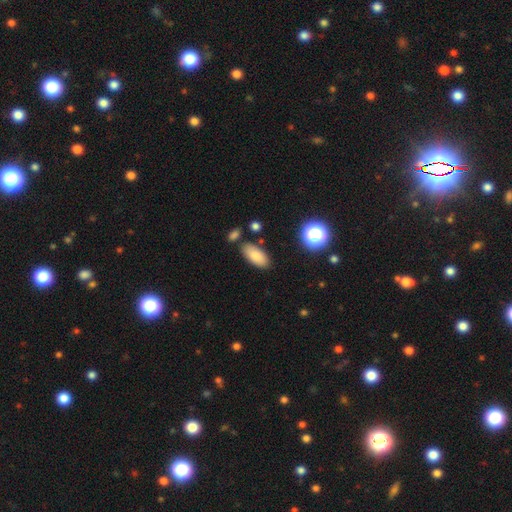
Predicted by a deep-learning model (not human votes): Q: Smooth or featured?
A: smooth (82%); runner-up: featured or disk (10%)
Q: How rounded?
A: in between (89%); runner-up: cigar-shaped (8%)
Q: Merging?
A: none (81%); runner-up: minor disturbance (11%)